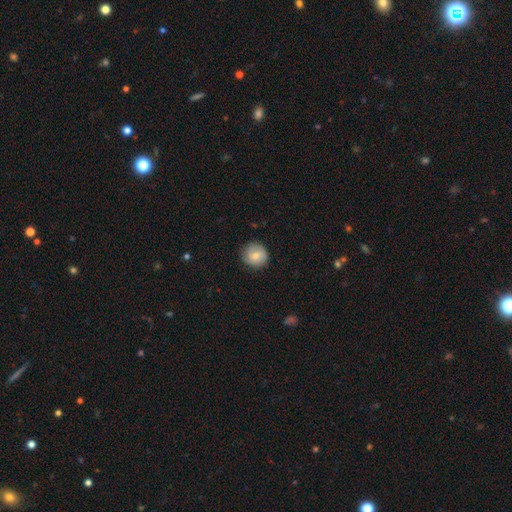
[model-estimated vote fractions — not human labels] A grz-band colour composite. It shows a smooth galaxy with no disk features (69%) that is round (91%). Merging: none (82%).